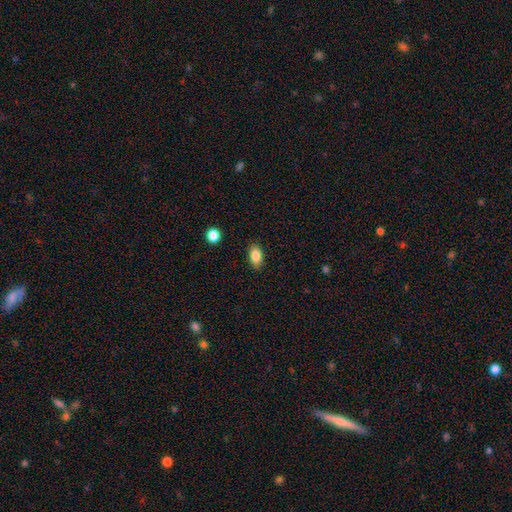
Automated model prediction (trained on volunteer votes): smooth_or_featured: smooth (p=0.86) [alt: star or artifact p=0.08]
how_rounded: in between (p=0.90) [alt: round p=0.08]
merging: none (p=0.88) [alt: minor disturbance p=0.09]